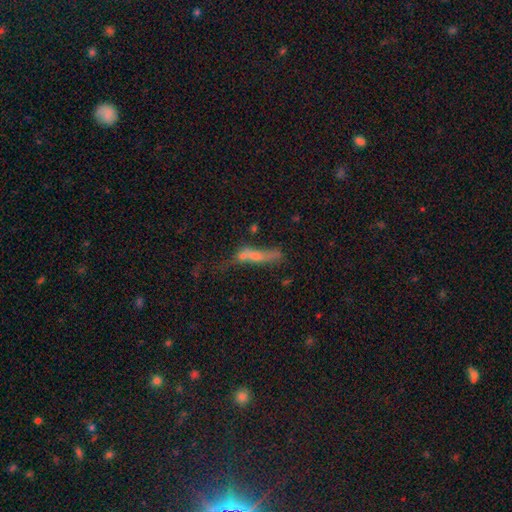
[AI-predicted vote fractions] A smooth galaxy with no disk features (46%).

Vote fractions:
- Smooth or featured? smooth: 46% / featured or disk: 38% / star or artifact: 15%
- Merging? merger: 32% / none: 28% / major disturbance: 24% / minor disturbance: 16%